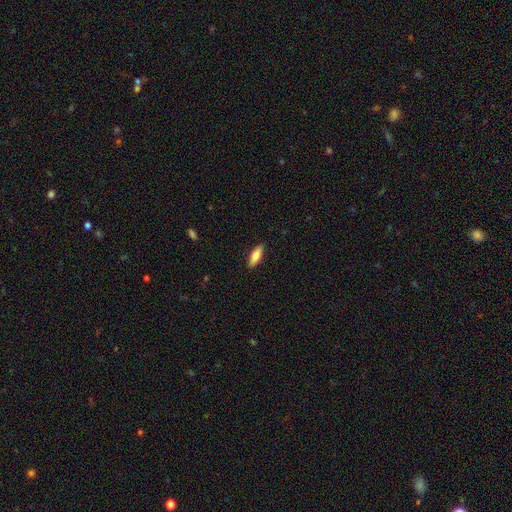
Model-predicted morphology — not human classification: smooth 75%, featured or disk 19%, star or artifact 6%. Down the decision tree: how rounded — in between (55%); merging — none (88%).